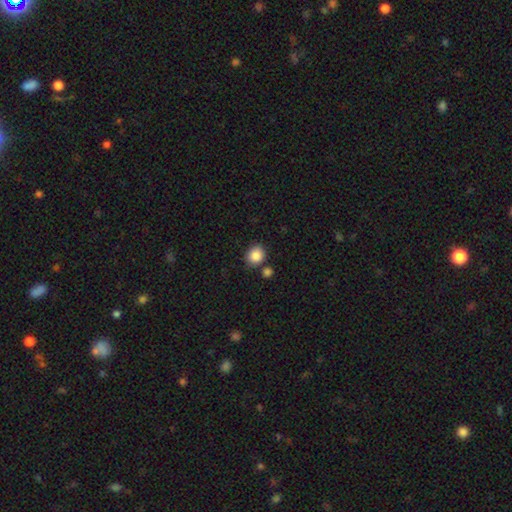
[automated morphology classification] This is clearly a smooth galaxy (87%). How rounded: likely round (75%). Merging: likely none (75%).